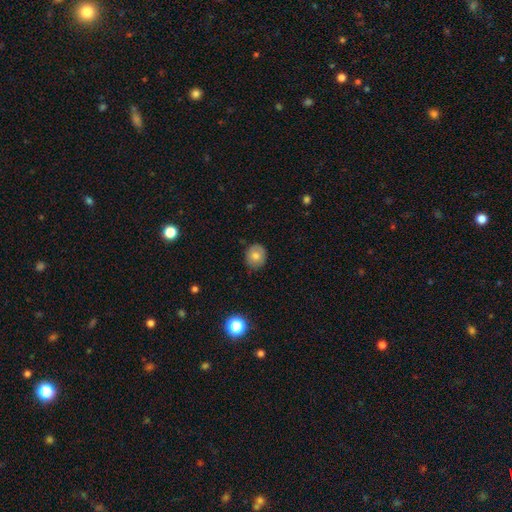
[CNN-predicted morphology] A smooth galaxy with no disk features (73%) that is round (78%).

Vote fractions:
- Smooth or featured? smooth: 73% / featured or disk: 17% / star or artifact: 10%
- How rounded? round: 78% / in between: 21% / cigar-shaped: 1%
- Merging? none: 82% / minor disturbance: 15% / major disturbance: 3% / merger: 1%